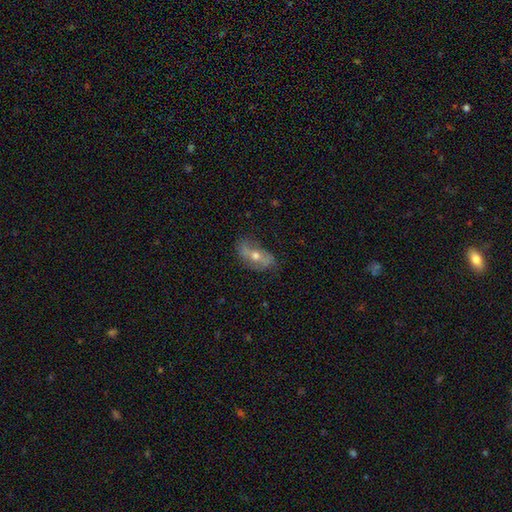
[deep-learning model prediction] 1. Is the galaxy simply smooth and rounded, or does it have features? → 57% featured or disk, 34% smooth, 10% star or artifact.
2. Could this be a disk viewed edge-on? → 83% no, 17% yes.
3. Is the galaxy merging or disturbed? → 66% none, 24% minor disturbance, 8% major disturbance, 2% merger.